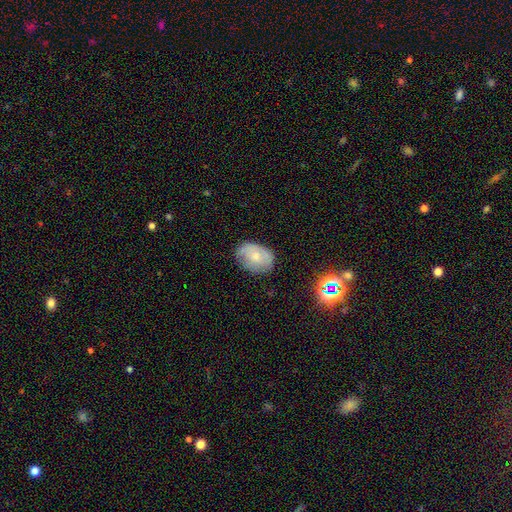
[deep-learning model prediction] A smooth galaxy with no disk features (56%) that is in between round and cigar-shaped (77%).

Vote fractions:
- Smooth or featured? smooth: 56% / featured or disk: 35% / star or artifact: 9%
- How rounded? in between: 77% / round: 22% / cigar-shaped: 1%
- Merging? none: 65% / minor disturbance: 26% / major disturbance: 7% / merger: 2%